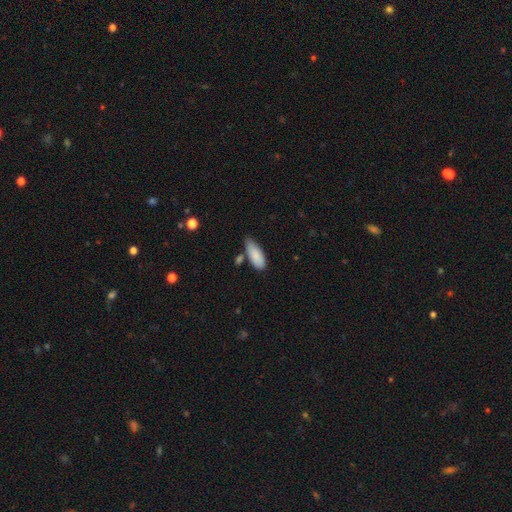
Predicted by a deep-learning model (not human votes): Overall: smooth (86%). How rounded: in between (78%). Merging: none (56%; minor disturbance 29%).